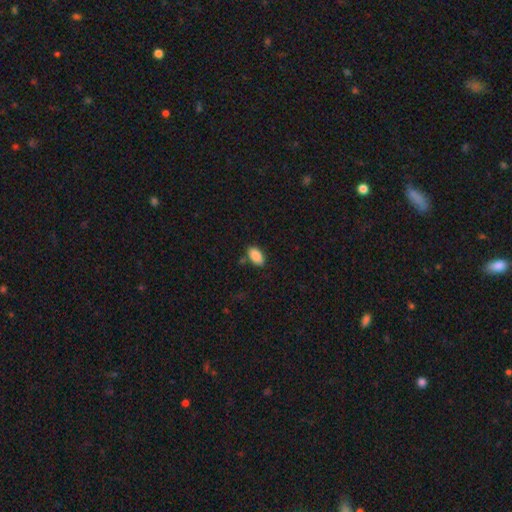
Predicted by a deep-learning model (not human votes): Smooth or featured? Predicted: smooth (p=0.89). How rounded? Predicted: in between (p=0.94). Merging? Predicted: none (p=0.79).